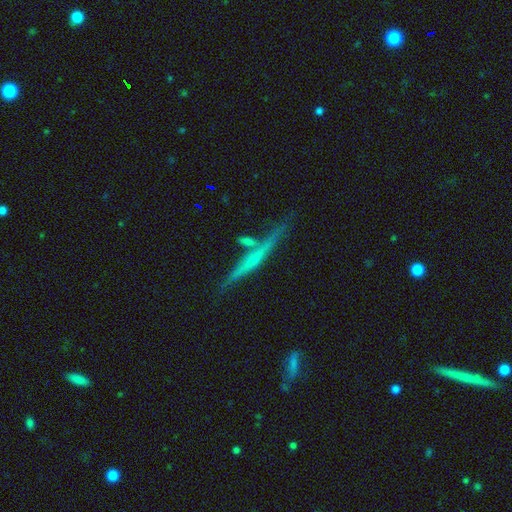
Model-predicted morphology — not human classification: A featured or disk galaxy (62%) viewed edge-on (96%) with no central bulge (64%). Merging: none (77%).